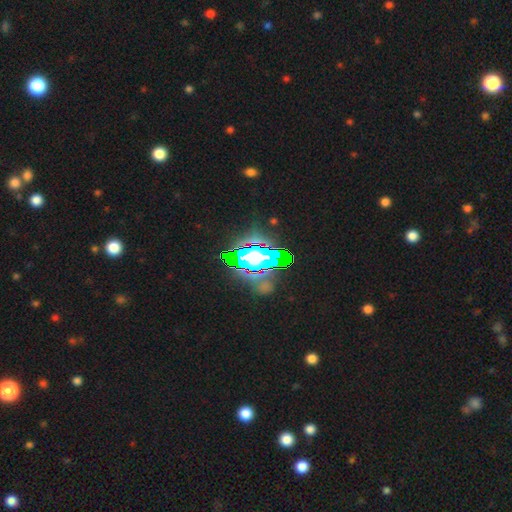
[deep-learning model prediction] A star or artifact, not a galaxy (59%).